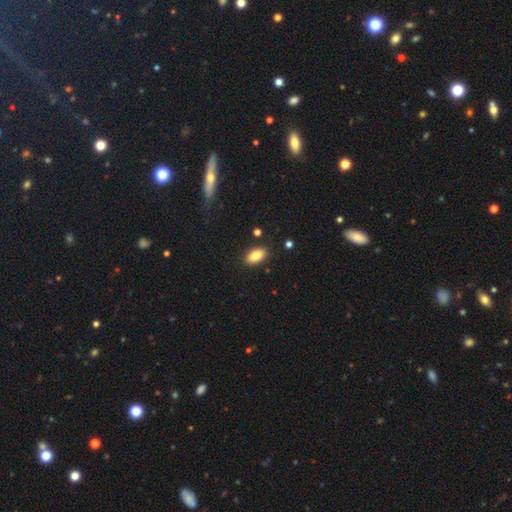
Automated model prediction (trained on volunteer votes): smooth-or-featured: smooth: 82% | featured or disk: 10% | star or artifact: 8%
  how-rounded: in between: 91% | cigar-shaped: 5% | round: 4%
  merging: none: 87% | minor disturbance: 9% | major disturbance: 2% | merger: 2%